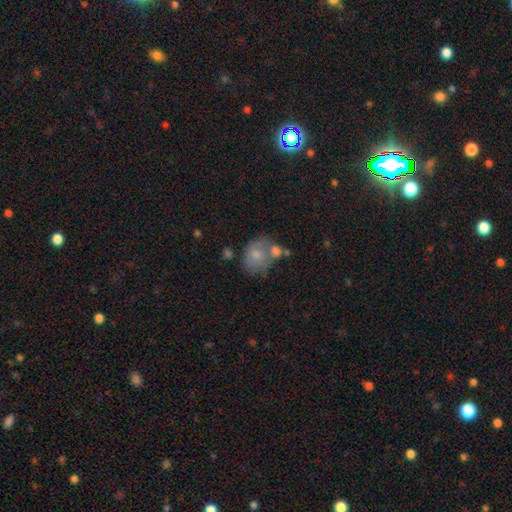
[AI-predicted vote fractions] This appears to be a smooth galaxy with no disk features (66%) that is round (55%). Merging: merger (36%).